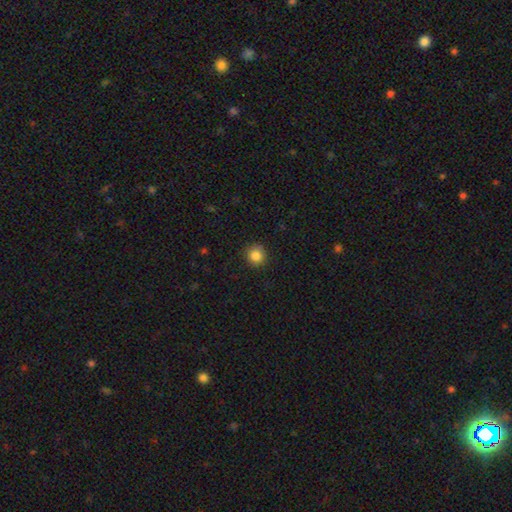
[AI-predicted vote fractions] This appears to be a smooth galaxy with no disk features (85%) that is round (93%). Merging: none (89%).